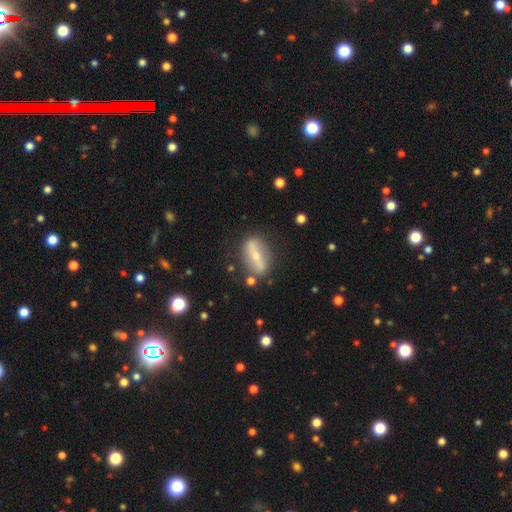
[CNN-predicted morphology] type=featured or disk (56%); edge-on=no (67%); merging=none (78%).